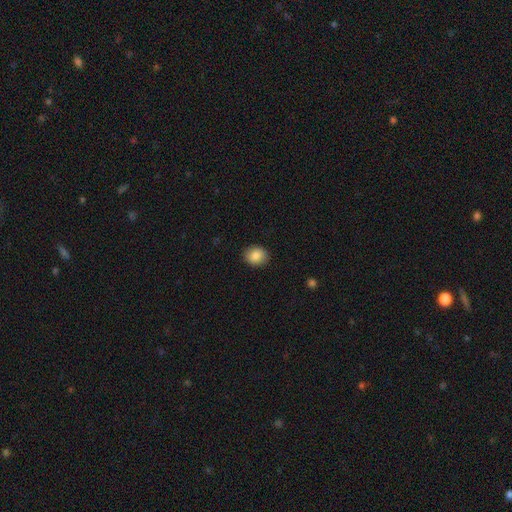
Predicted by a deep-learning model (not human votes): Morphology: type=smooth (87%); roundness=round (61%); merging=none (90%).